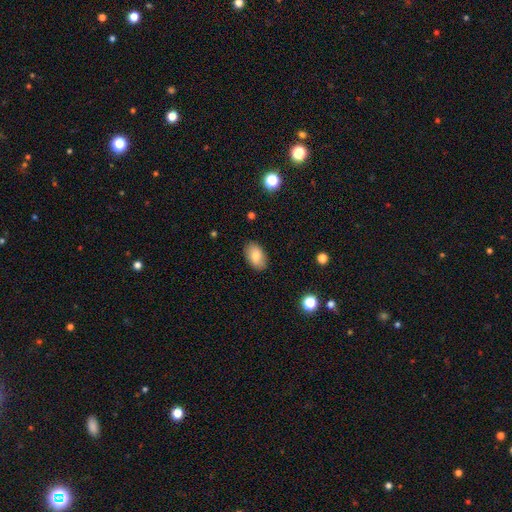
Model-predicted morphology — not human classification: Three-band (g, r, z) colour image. It shows a smooth galaxy with no disk features (81%) that is in between round and cigar-shaped (91%). Merging: none (87%).